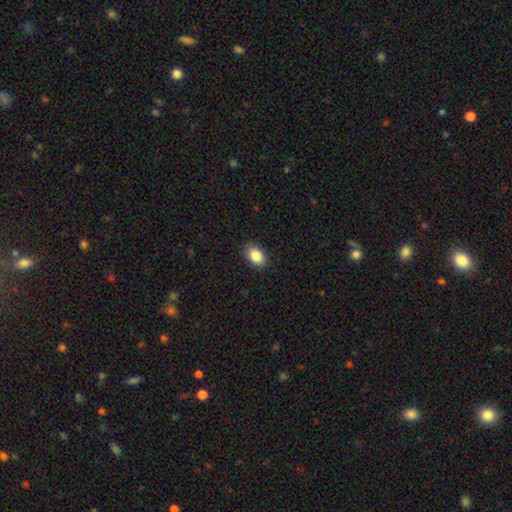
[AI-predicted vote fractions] The model was most divided on "how rounded": in between: 83%, round: 16%, cigar-shaped: 1%. More confident: merging — none (88%); smooth or featured — smooth (87%).